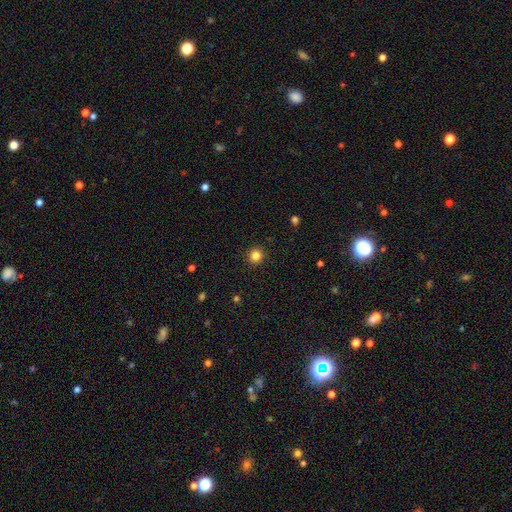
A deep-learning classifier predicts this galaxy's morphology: Smooth or featured? smooth (83%)
How rounded? round (91%)
Merging? none (92%)